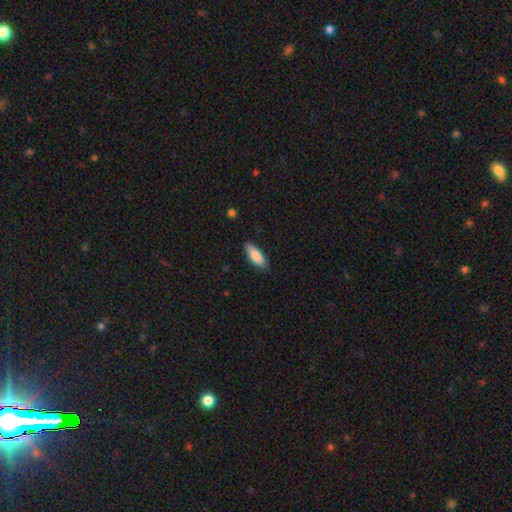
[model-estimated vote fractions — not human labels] Smooth or featured: smooth — 83% (featured or disk — 12%)
How rounded: in between — 67% (cigar-shaped — 31%)
Merging: none — 84% (minor disturbance — 13%)